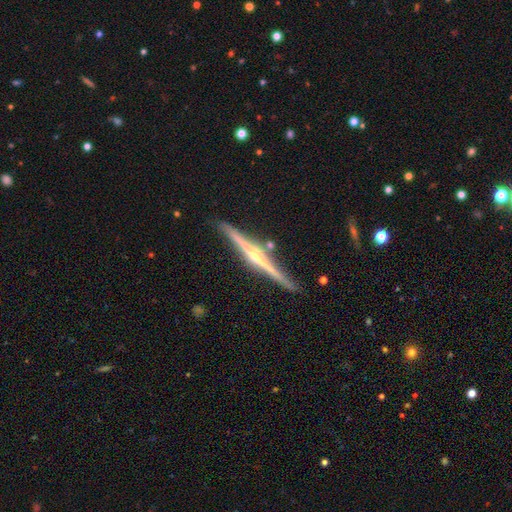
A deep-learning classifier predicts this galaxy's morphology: This is clearly a featured or disk galaxy (85%). It is clearly viewed edge-on (98%). Edge-on bulge: clearly rounded (86%). Merging: clearly none (88%).